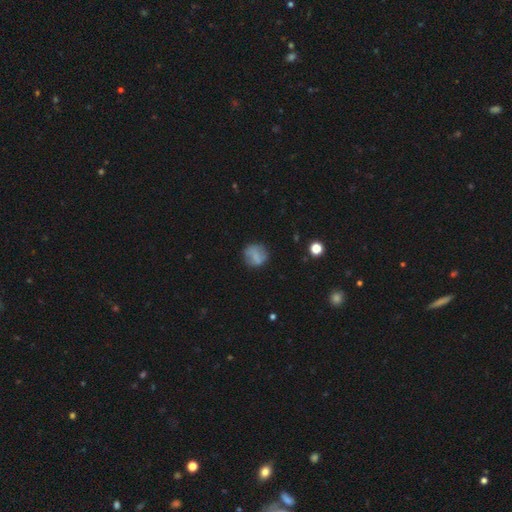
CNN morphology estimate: Smooth or featured?
  - smooth: 67% *
  - featured or disk: 24%
  - star or artifact: 10%
How rounded?
  - round: 83% *
  - in between: 16%
  - cigar-shaped: 1%
Merging?
  - none: 75% *
  - minor disturbance: 17%
  - major disturbance: 6%
  - merger: 3%